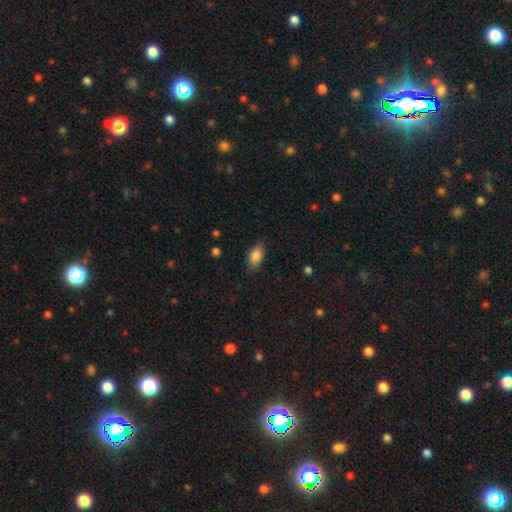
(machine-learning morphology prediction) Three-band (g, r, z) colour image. It shows a smooth galaxy with no disk features (86%) that is in between round and cigar-shaped (90%). Merging: none (80%).